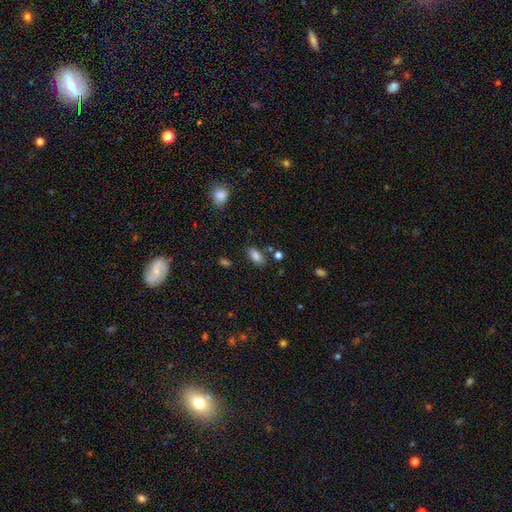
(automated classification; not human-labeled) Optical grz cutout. It shows a smooth galaxy with no disk features (83%) that is in between round and cigar-shaped (89%). Merging: none (80%).